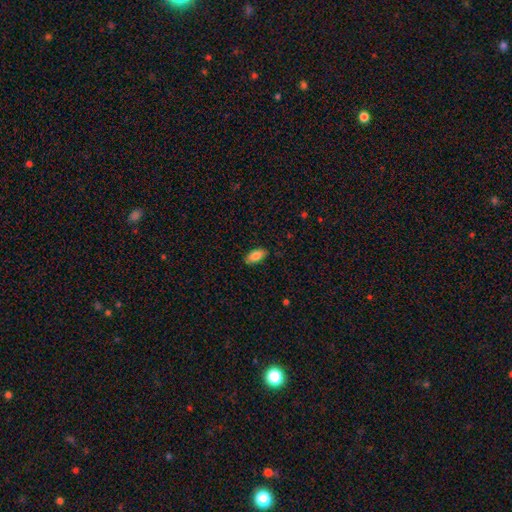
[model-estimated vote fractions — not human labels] Q: Smooth or featured?
A: smooth (85%); runner-up: featured or disk (8%)
Q: How rounded?
A: in between (92%); runner-up: cigar-shaped (6%)
Q: Merging?
A: none (86%); runner-up: minor disturbance (11%)